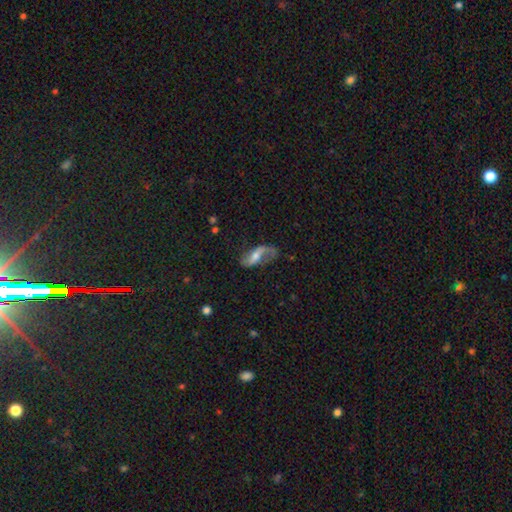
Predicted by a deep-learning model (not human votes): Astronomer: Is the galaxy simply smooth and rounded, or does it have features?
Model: featured or disk — 72%.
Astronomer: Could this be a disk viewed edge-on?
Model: no — 92%.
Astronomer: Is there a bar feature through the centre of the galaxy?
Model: weak — 41% (runner-up: no, 32%).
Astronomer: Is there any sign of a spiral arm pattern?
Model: yes — 89%.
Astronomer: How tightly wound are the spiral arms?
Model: loose — 77%.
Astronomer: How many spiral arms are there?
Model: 2 — 82%.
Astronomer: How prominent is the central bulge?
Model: moderate — 50% (runner-up: small, 37%).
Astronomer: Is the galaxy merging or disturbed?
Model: none — 54%.